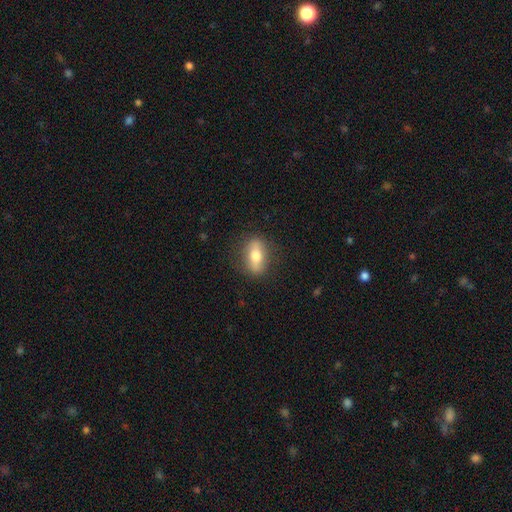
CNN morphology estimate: Smooth or featured? Predicted: smooth (p=0.58). How rounded? Predicted: in between (p=0.72). Merging? Predicted: none (p=0.84).